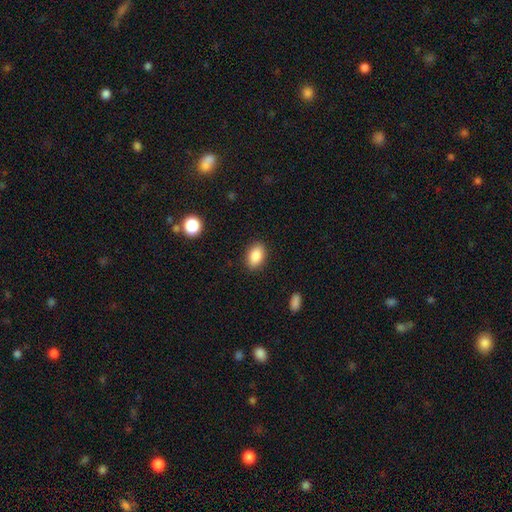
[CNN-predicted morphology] smooth 87%, star or artifact 8%, featured or disk 5%. Down the decision tree: how rounded — in between (88%); merging — none (88%).